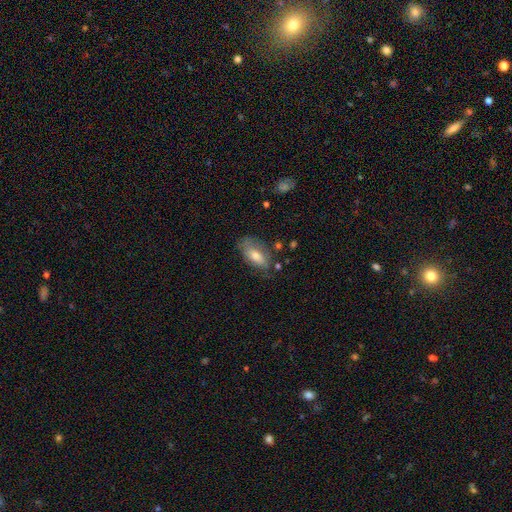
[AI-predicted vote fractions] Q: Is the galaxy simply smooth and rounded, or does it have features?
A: smooth — 67%.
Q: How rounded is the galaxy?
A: in between — 88%.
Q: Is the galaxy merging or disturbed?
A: none — 62%.